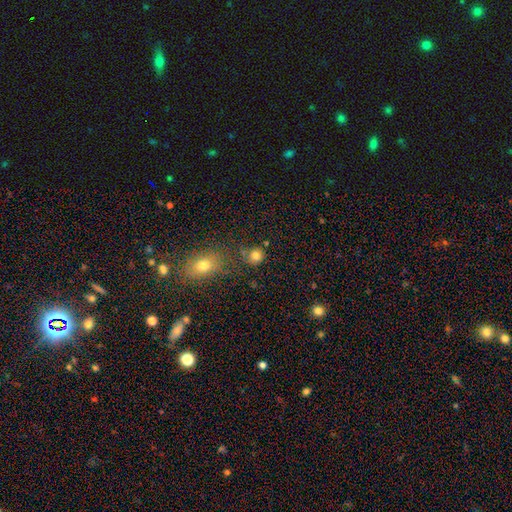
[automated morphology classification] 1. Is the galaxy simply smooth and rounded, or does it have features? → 81% smooth, 12% star or artifact, 7% featured or disk.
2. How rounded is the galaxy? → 83% round, 16% in between, 1% cigar-shaped.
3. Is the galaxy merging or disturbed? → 72% none, 12% minor disturbance, 11% merger, 4% major disturbance.